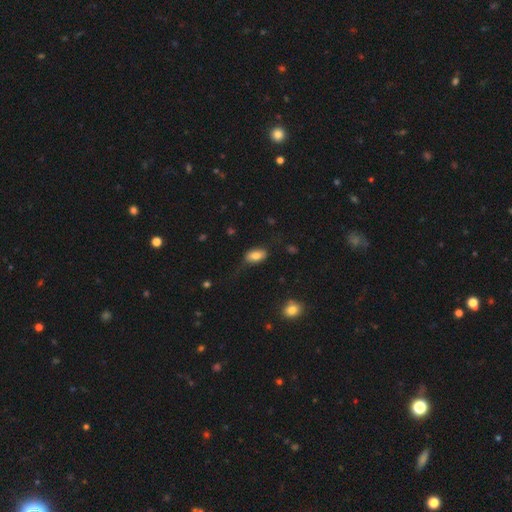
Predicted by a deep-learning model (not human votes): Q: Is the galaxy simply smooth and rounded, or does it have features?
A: smooth — 81%.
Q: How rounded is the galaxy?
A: in between — 91%.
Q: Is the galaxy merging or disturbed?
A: none — 64%.